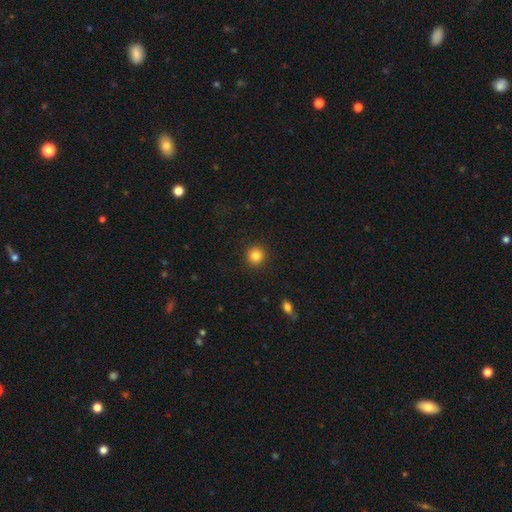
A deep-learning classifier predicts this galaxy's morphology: Q: Smooth or featured?
A: smooth (84%); runner-up: star or artifact (11%)
Q: How rounded?
A: round (93%); runner-up: in between (6%)
Q: Merging?
A: none (92%); runner-up: minor disturbance (5%)